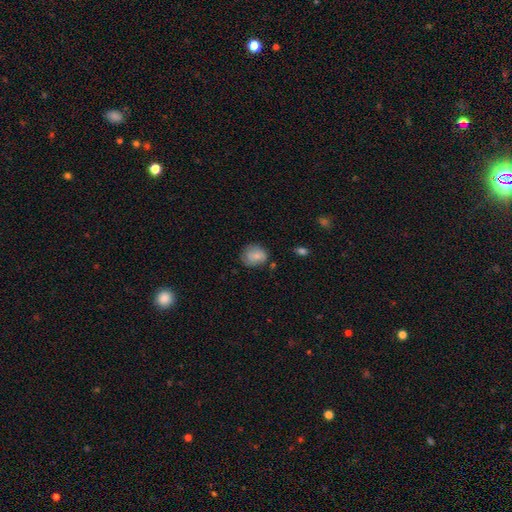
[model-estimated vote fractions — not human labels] A smooth galaxy with no disk features (79%) that is round (62%). Merging: none (66%).